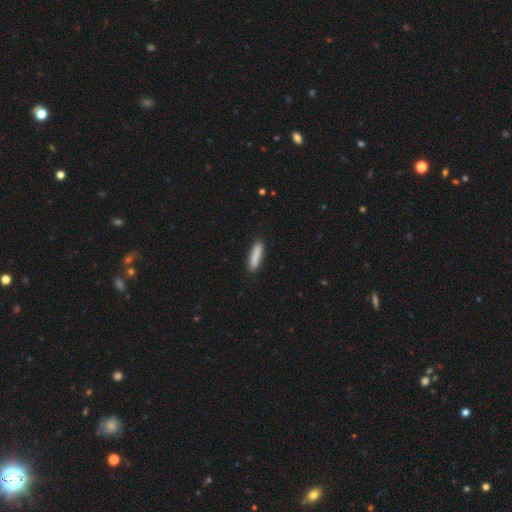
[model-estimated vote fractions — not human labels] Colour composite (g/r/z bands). It shows a smooth galaxy with no disk features (87%) that is cigar-shaped (83%). Merging: none (90%).